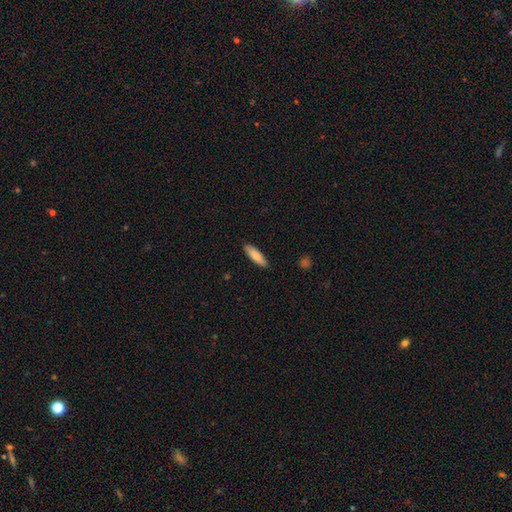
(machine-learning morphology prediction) This is likely a smooth galaxy (78%). How rounded: likely cigar-shaped (63%). Merging: clearly none (89%).